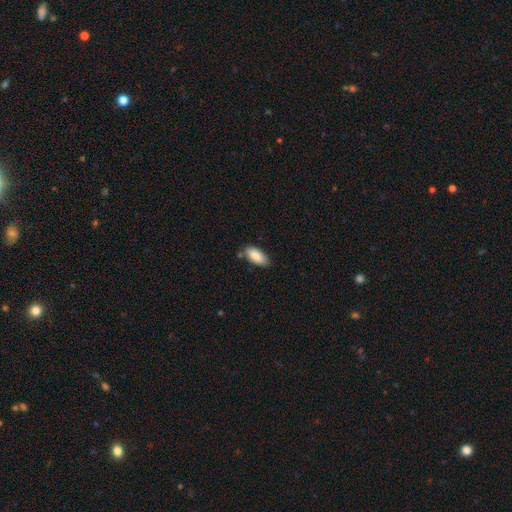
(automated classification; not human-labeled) The model was most divided on "merging": none: 76%, minor disturbance: 17%, merger: 4%, major disturbance: 3%. More confident: how rounded — in between (88%); smooth or featured — smooth (87%).